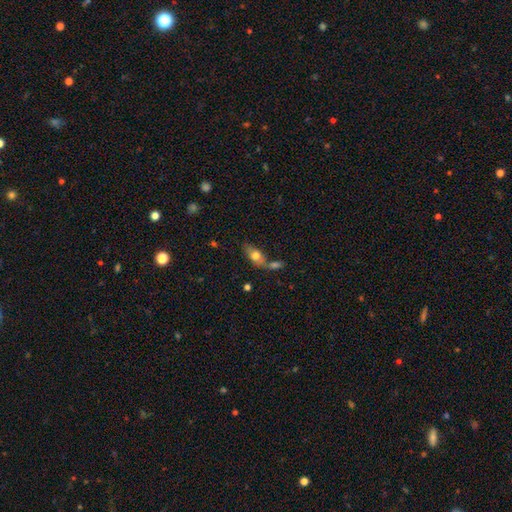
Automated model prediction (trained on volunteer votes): Smooth or featured: smooth — 69% (featured or disk — 23%)
How rounded: in between — 82% (cigar-shaped — 12%)
Merging: none — 45% (merger — 35%)